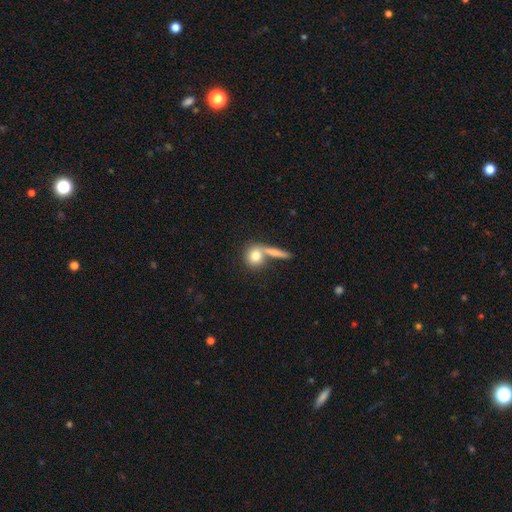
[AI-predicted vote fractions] smooth-or-featured: smooth: 78% | featured or disk: 14% | star or artifact: 8%
  how-rounded: round: 78% | in between: 16% | cigar-shaped: 6%
  merging: none: 54% | merger: 31% | minor disturbance: 10% | major disturbance: 5%